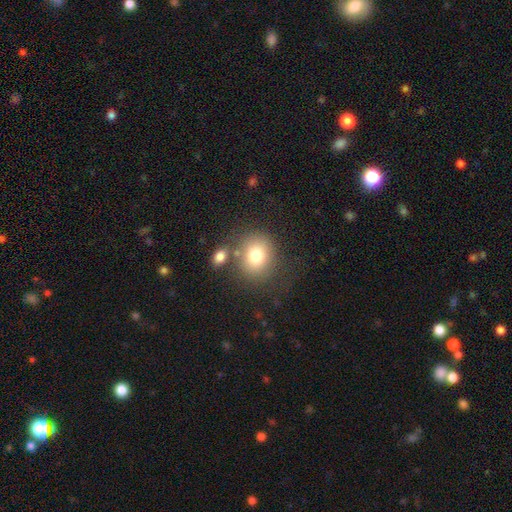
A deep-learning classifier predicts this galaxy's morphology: A smooth galaxy with no disk features (77%) that is round (69%).

Vote fractions:
- Smooth or featured? smooth: 77% / featured or disk: 12% / star or artifact: 11%
- How rounded? round: 69% / in between: 30% / cigar-shaped: 1%
- Merging? none: 67% / merger: 14% / minor disturbance: 12% / major disturbance: 6%